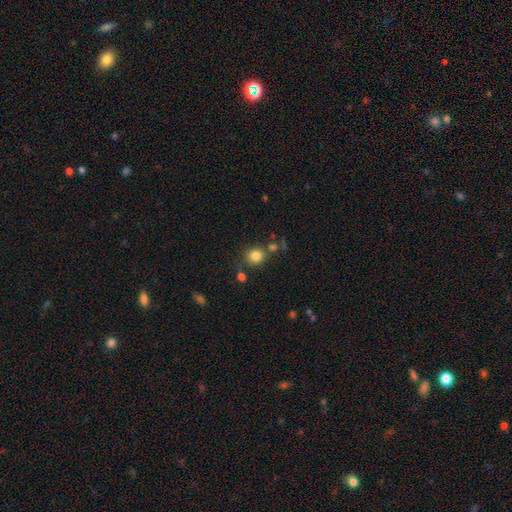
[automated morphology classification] Smooth or featured: smooth — 82% (star or artifact — 12%)
How rounded: round — 83% (in between — 16%)
Merging: none — 73% (minor disturbance — 11%)